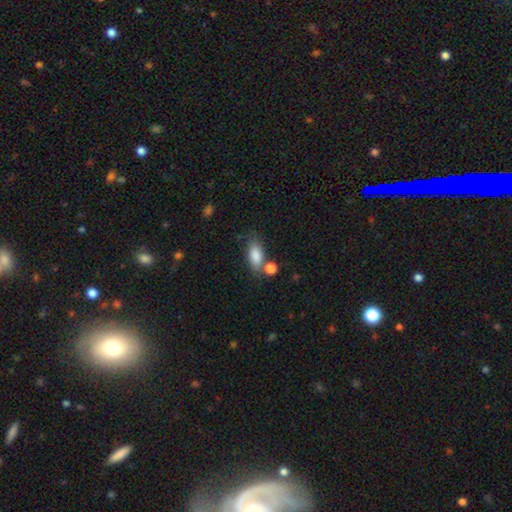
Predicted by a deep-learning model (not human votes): This is clearly a smooth galaxy (85%). How rounded: clearly in between (84%). Merging: possibly none (57%).